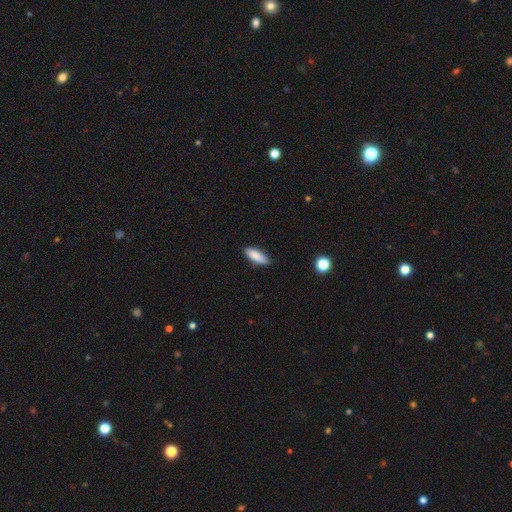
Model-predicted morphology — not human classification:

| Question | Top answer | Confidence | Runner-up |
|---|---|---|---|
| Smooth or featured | smooth | 85% | featured or disk (8%) |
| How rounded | in between | 61% | cigar-shaped (36%) |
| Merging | none | 78% | minor disturbance (18%) |